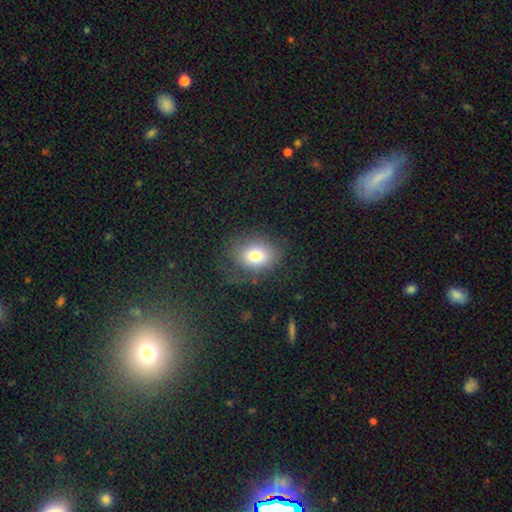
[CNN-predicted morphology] This is likely a smooth galaxy (75%). How rounded: possibly in between (51%). Merging: likely none (67%).